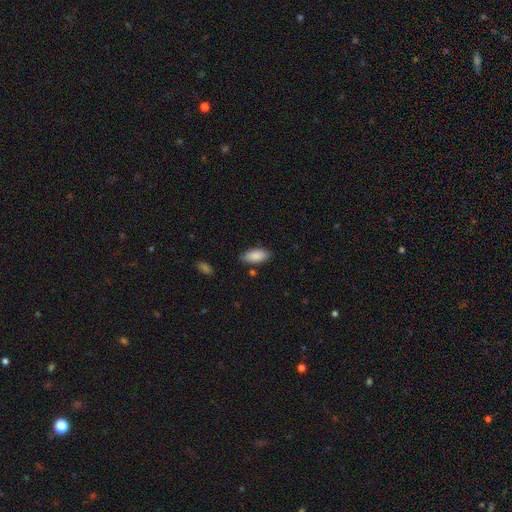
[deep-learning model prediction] Q: Smooth or featured?
A: smooth (88%); runner-up: star or artifact (6%)
Q: How rounded?
A: in between (88%); runner-up: cigar-shaped (11%)
Q: Merging?
A: none (83%); runner-up: minor disturbance (12%)